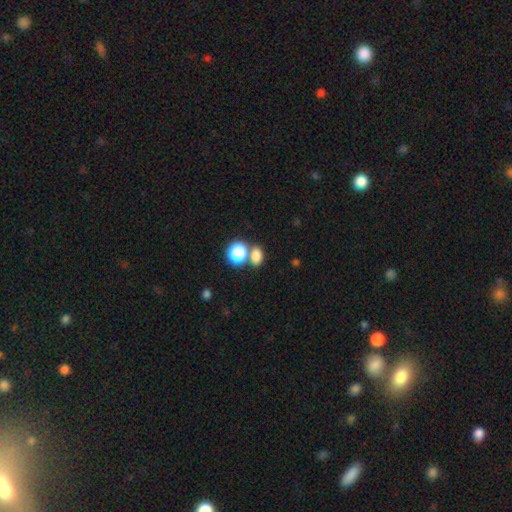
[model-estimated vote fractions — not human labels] Smooth or featured? Predicted: smooth (p=0.79). How rounded? Predicted: in between (p=0.57). Merging? Predicted: none (p=0.56).